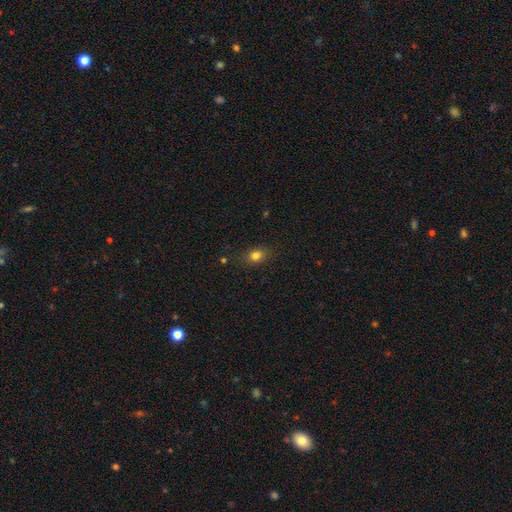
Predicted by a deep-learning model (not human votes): Smooth or featured?
  - smooth: 79% *
  - star or artifact: 13%
  - featured or disk: 8%
How rounded?
  - in between: 62% *
  - round: 36%
  - cigar-shaped: 2%
Merging?
  - none: 83% *
  - minor disturbance: 12%
  - major disturbance: 3%
  - merger: 1%